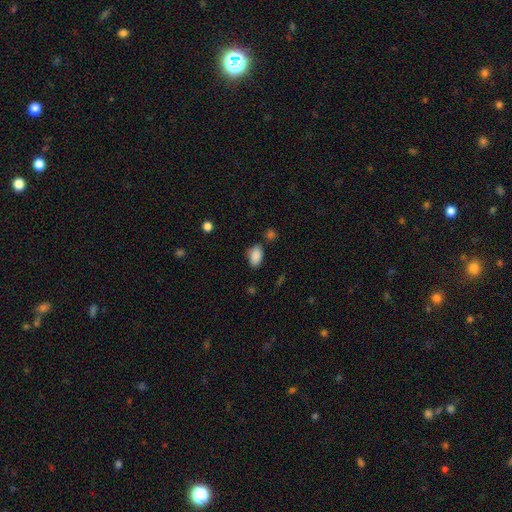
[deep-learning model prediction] This appears to be a smooth galaxy with no disk features (88%) that is in between round and cigar-shaped (90%). Merging: none (72%).